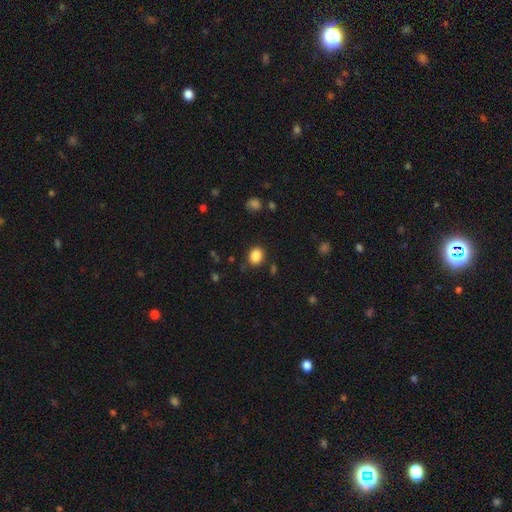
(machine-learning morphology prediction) A smooth galaxy with no disk features (87%) that is round (56%). Merging: none (85%).